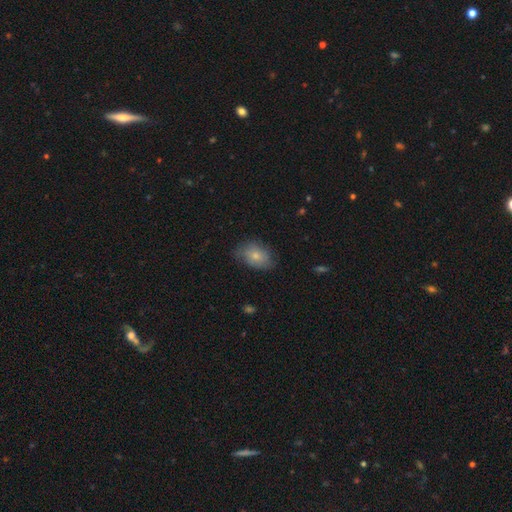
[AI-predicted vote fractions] smooth 75%, featured or disk 18%, star or artifact 7%. Down the decision tree: how rounded — in between (84%); merging — none (69%).